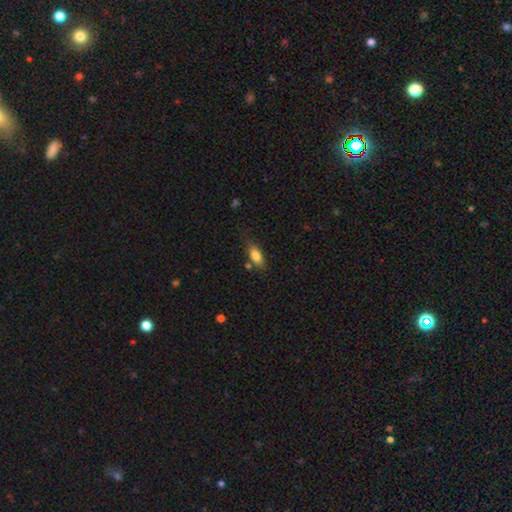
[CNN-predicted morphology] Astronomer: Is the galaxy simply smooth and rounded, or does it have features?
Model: smooth — 75%.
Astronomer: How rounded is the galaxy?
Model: in between — 73%.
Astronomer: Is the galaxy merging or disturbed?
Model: none — 72%.